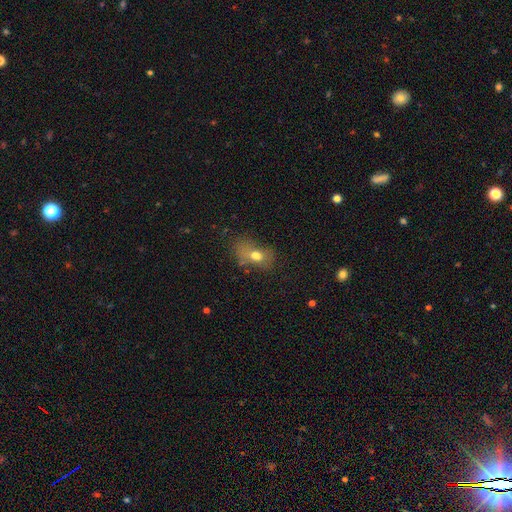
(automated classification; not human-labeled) A smooth galaxy with no disk features (69%) that is in between round and cigar-shaped (78%).

Vote fractions:
- Smooth or featured? smooth: 69% / featured or disk: 19% / star or artifact: 12%
- How rounded? in between: 78% / round: 19% / cigar-shaped: 2%
- Merging? none: 41% / minor disturbance: 28% / major disturbance: 23% / merger: 7%